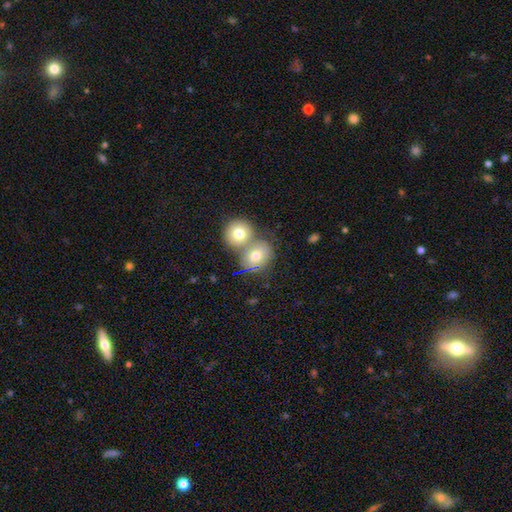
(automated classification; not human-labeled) Smooth or featured: smooth — 72% (featured or disk — 17%)
How rounded: round — 70% (in between — 29%)
Merging: merger — 50% (none — 38%)